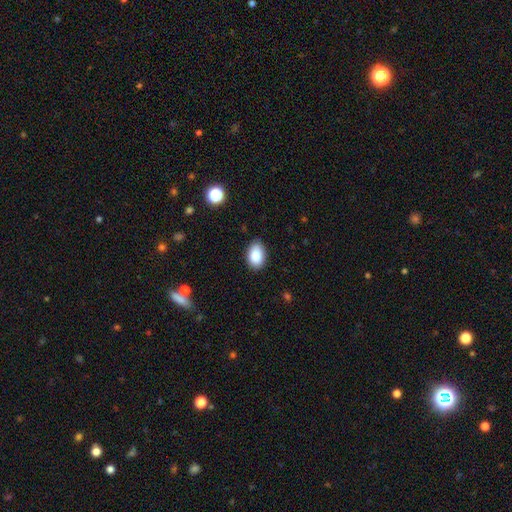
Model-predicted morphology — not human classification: The model was most divided on "merging": none: 85%, minor disturbance: 12%, major disturbance: 2%, merger: 1%. More confident: how rounded — in between (88%); smooth or featured — smooth (87%).